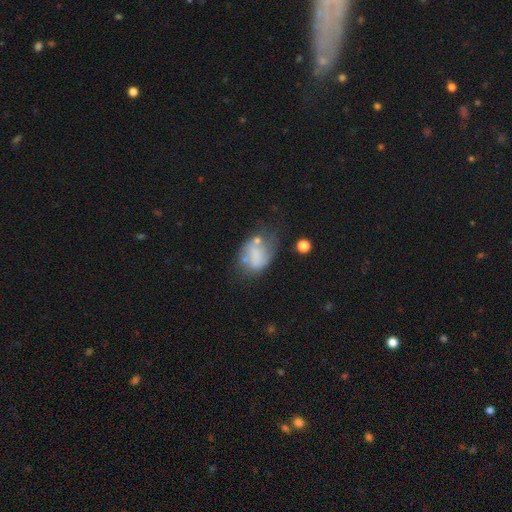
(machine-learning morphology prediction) Overall: smooth (55%; featured or disk 35%). How rounded: in between (73%). Merging: none (31%; minor disturbance 28%).